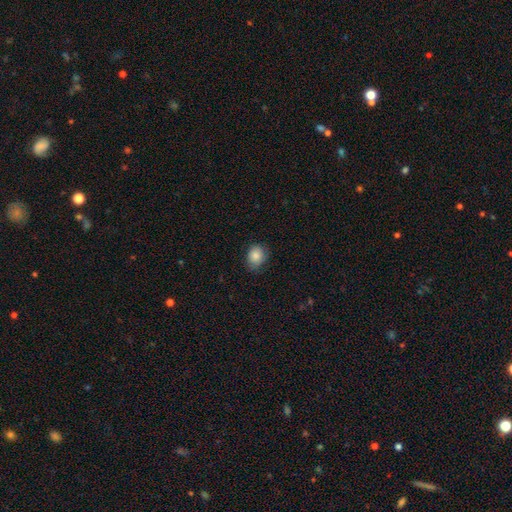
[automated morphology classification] smooth 86%, star or artifact 8%, featured or disk 6%. Down the decision tree: how rounded — round (51%); merging — none (75%).